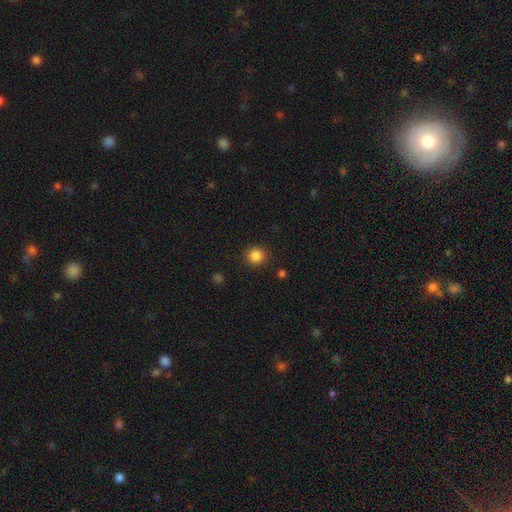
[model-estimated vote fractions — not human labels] This is clearly a smooth galaxy (86%). How rounded: clearly round (92%). Merging: clearly none (90%).